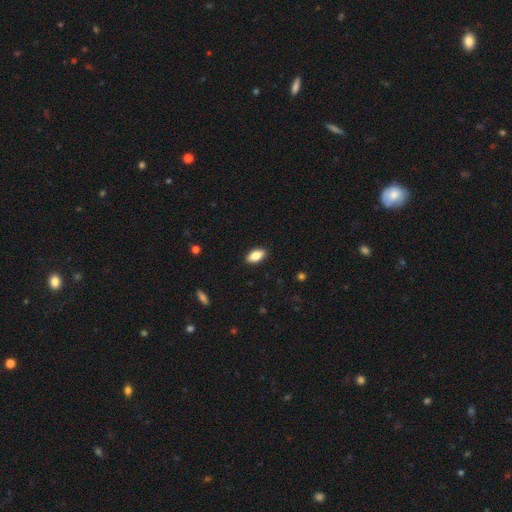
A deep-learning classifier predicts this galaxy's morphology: This appears to be a smooth galaxy with no disk features (82%) that is in between round and cigar-shaped (90%). Merging: none (89%).